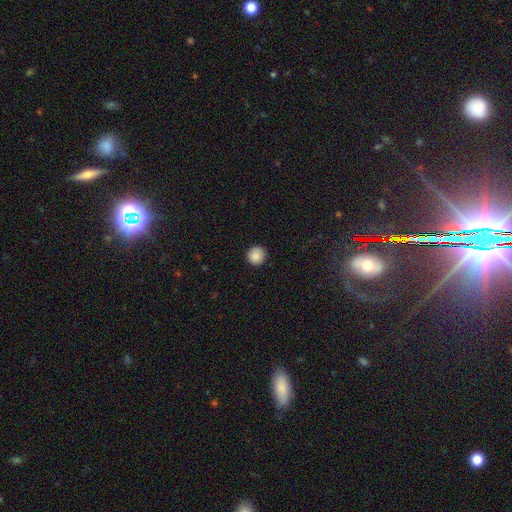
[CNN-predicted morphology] Smooth or featured: smooth — 88% (star or artifact — 9%)
How rounded: round — 96% (in between — 3%)
Merging: none — 93% (minor disturbance — 5%)